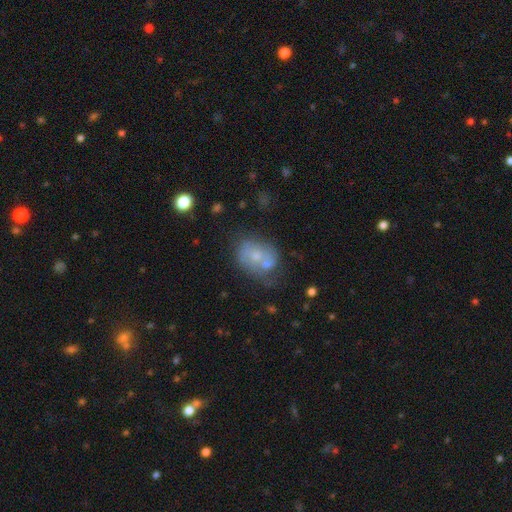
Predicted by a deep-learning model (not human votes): Smooth or featured? Predicted: smooth (p=0.47). Merging? Predicted: none (p=0.37).